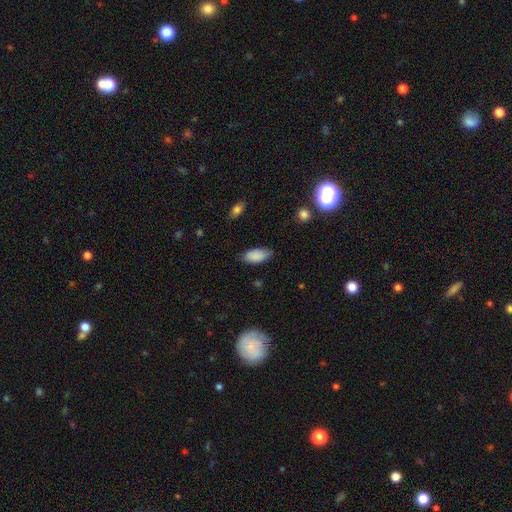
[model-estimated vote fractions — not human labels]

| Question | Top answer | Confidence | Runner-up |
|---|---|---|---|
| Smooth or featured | smooth | 88% | star or artifact (7%) |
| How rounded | in between | 92% | cigar-shaped (6%) |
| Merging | none | 77% | minor disturbance (19%) |